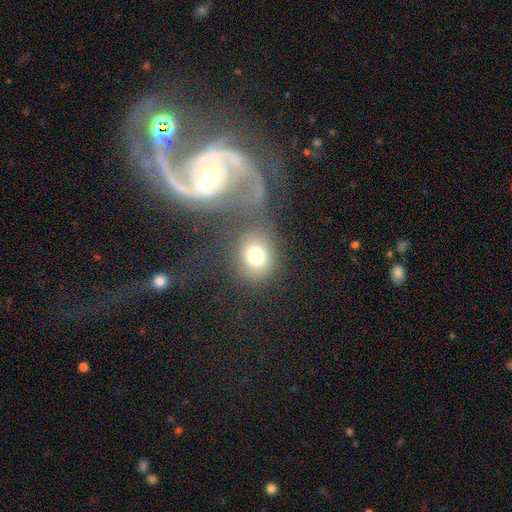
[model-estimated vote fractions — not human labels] Smooth or featured?
  - smooth: 75% *
  - star or artifact: 13%
  - featured or disk: 12%
How rounded?
  - round: 70% *
  - in between: 28%
  - cigar-shaped: 1%
Merging?
  - none: 64% *
  - merger: 15%
  - minor disturbance: 12%
  - major disturbance: 8%